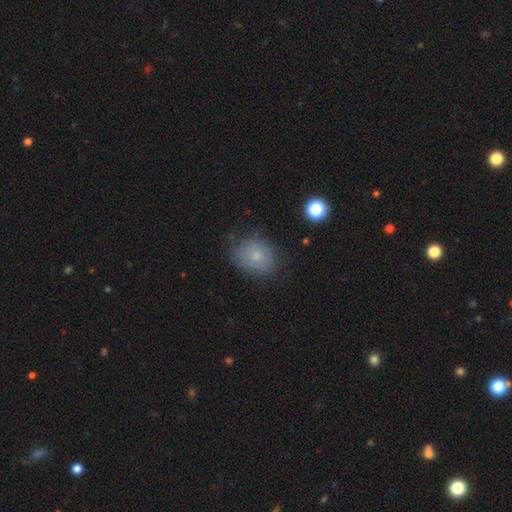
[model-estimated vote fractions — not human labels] Smooth or featured? Predicted: smooth (p=0.71). How rounded? Predicted: round (p=0.54). Merging? Predicted: none (p=0.73).